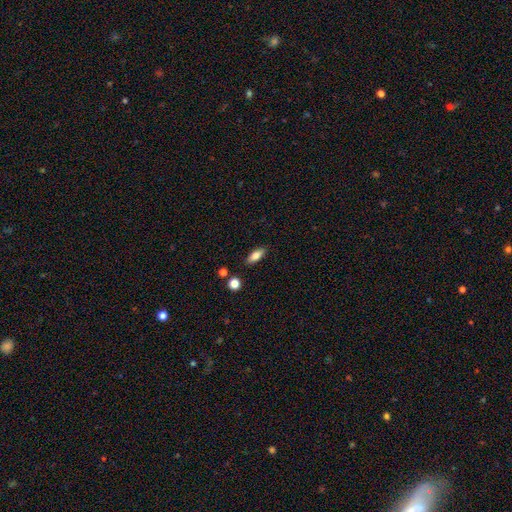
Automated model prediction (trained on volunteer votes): Smooth or featured?
  - smooth: 77% *
  - featured or disk: 15%
  - star or artifact: 8%
How rounded?
  - in between: 78% *
  - cigar-shaped: 18%
  - round: 3%
Merging?
  - none: 86% *
  - minor disturbance: 9%
  - major disturbance: 2%
  - merger: 2%